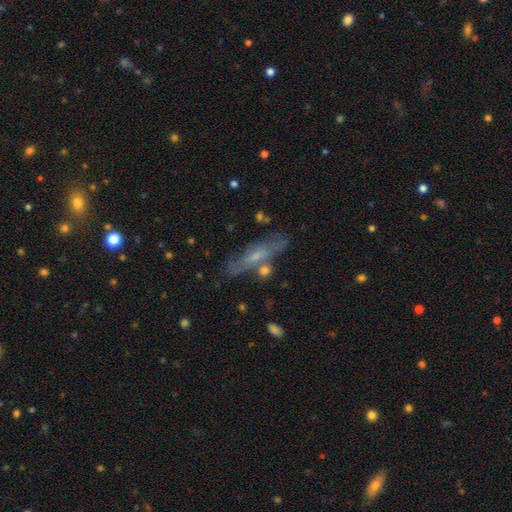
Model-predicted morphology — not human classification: Smooth or featured? Predicted: featured or disk (p=0.55). Edge-on disk? Predicted: yes (p=0.54). Merging? Predicted: none (p=0.68).